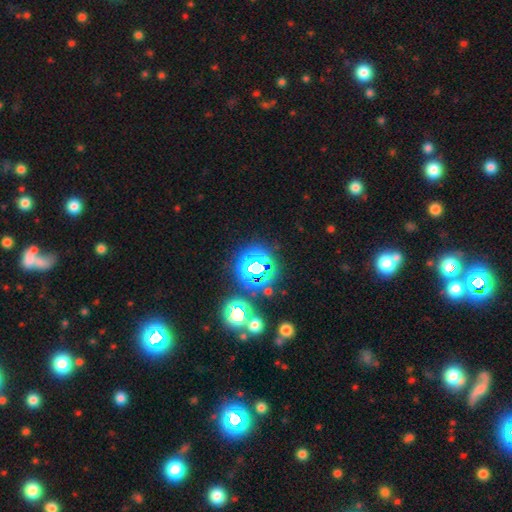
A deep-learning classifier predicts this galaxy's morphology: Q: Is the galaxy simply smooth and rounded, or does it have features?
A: star or artifact — 70%.